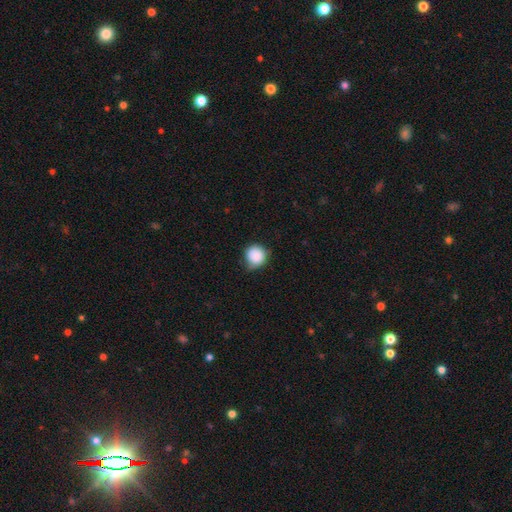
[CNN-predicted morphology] smooth-or-featured: smooth: 88% | star or artifact: 8% | featured or disk: 4%
  how-rounded: round: 93% | in between: 6% | cigar-shaped: 1%
  merging: none: 66% | minor disturbance: 27% | major disturbance: 6% | merger: 2%